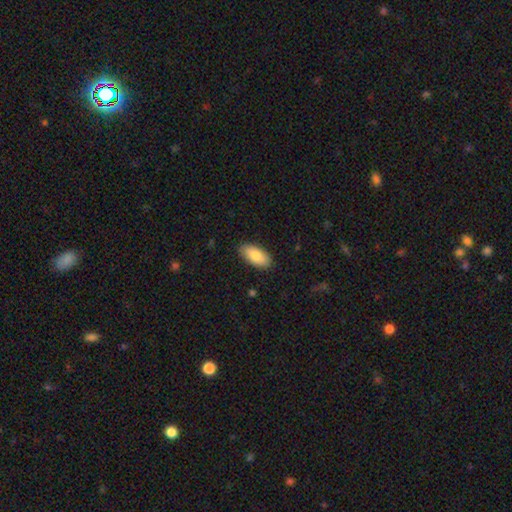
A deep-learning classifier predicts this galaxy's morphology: smooth 87%, featured or disk 8%, star or artifact 6%. Down the decision tree: how rounded — in between (92%); merging — none (87%).